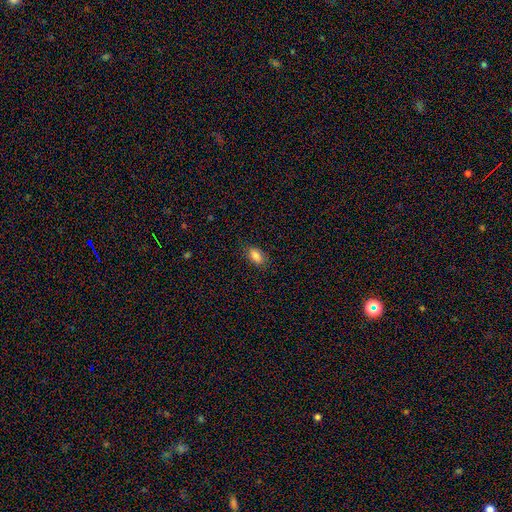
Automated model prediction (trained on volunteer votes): smooth 84%, star or artifact 9%, featured or disk 7%. Down the decision tree: how rounded — in between (89%); merging — none (82%).